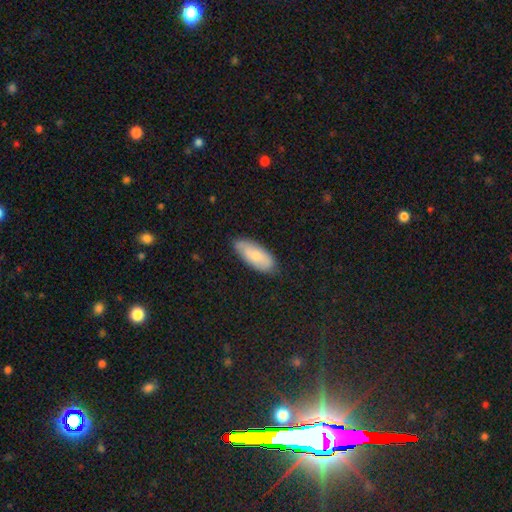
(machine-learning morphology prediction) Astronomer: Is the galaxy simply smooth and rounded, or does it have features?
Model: smooth — 72%.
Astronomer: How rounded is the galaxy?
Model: in between — 85%.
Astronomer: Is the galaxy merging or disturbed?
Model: none — 79%.